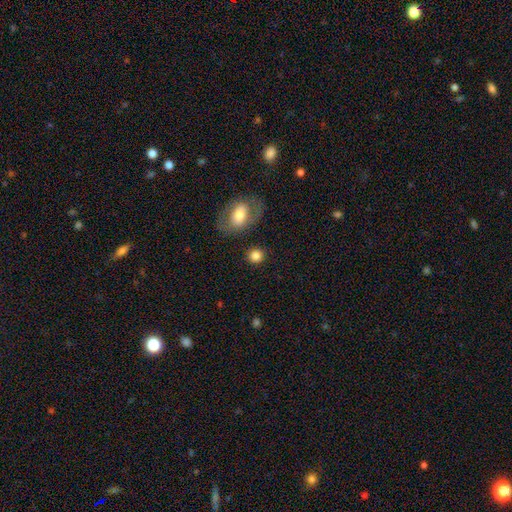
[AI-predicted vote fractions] smooth 84%, star or artifact 9%, featured or disk 8%. Down the decision tree: how rounded — round (84%); merging — none (84%).